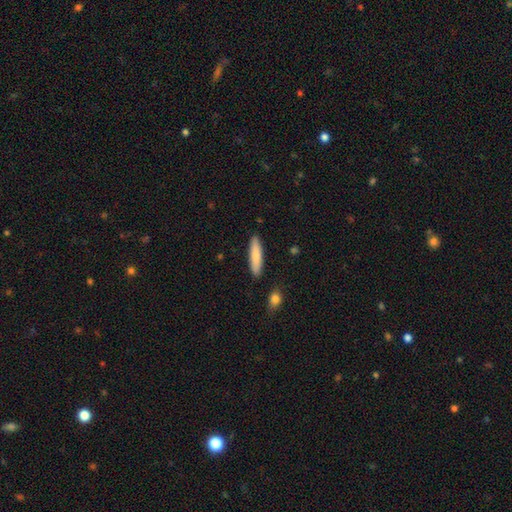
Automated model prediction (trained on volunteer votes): Overall: smooth (82%). How rounded: cigar-shaped (76%). Merging: none (89%).